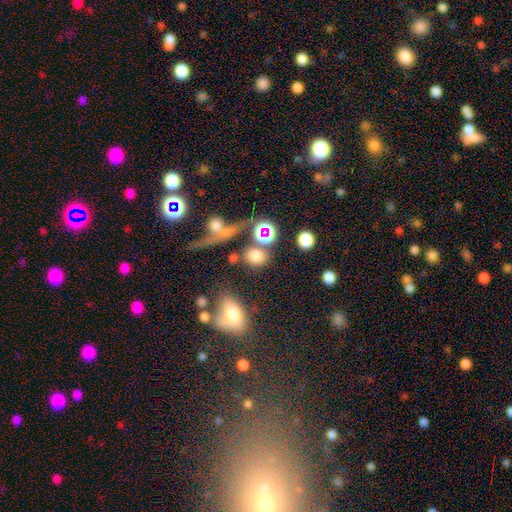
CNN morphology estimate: smooth-or-featured: smooth: 71% | star or artifact: 18% | featured or disk: 11%
  how-rounded: round: 65% | in between: 32% | cigar-shaped: 3%
  merging: none: 59% | merger: 21% | minor disturbance: 12% | major disturbance: 9%